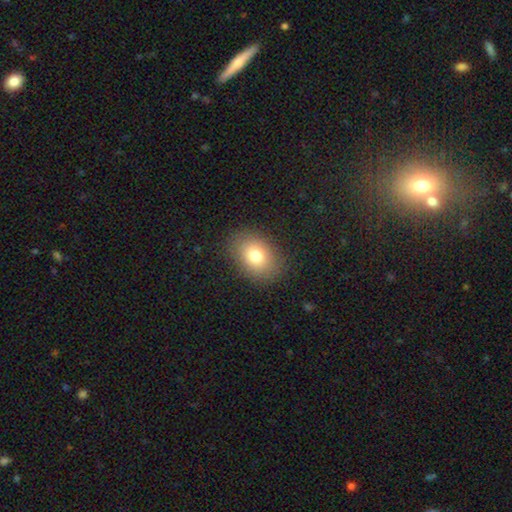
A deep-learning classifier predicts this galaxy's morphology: The model was most divided on "how rounded": in between: 69%, round: 30%, cigar-shaped: 1%. More confident: merging — none (86%); smooth or featured — smooth (78%).